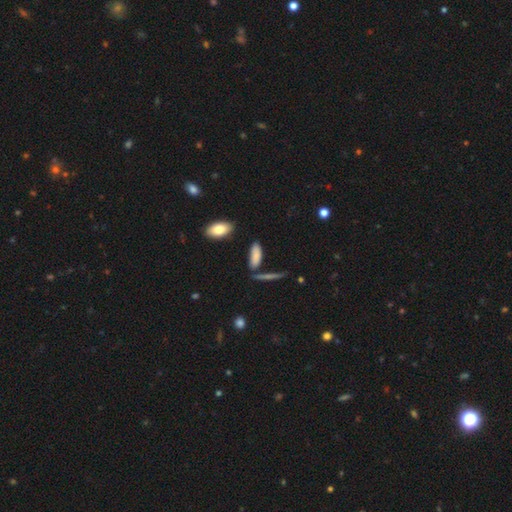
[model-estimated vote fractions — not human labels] This appears to be a smooth galaxy with no disk features (81%) that is in between round and cigar-shaped (60%). Merging: none (72%).